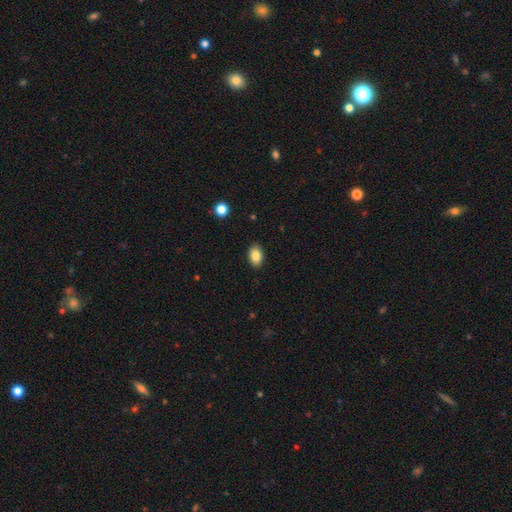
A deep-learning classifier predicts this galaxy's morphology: Smooth or featured? Predicted: smooth (p=0.86). How rounded? Predicted: in between (p=0.86). Merging? Predicted: none (p=0.89).